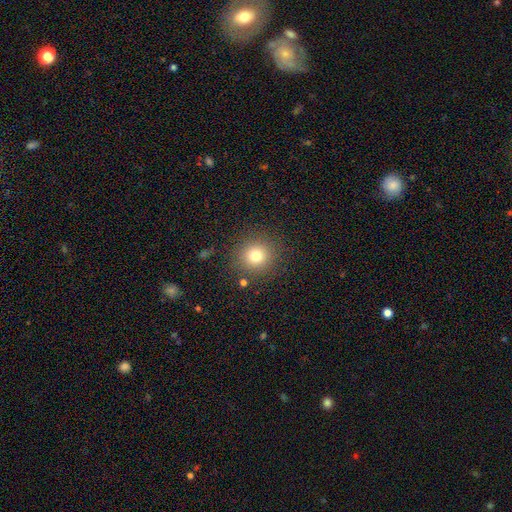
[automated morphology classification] smooth 77%, star or artifact 14%, featured or disk 9%. Down the decision tree: how rounded — round (92%); merging — none (87%).